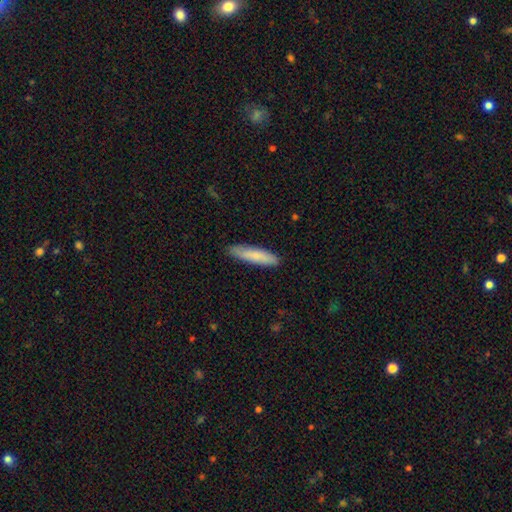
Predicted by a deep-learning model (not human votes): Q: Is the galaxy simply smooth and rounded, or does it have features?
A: smooth — 79%.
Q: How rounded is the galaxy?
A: cigar-shaped — 79%.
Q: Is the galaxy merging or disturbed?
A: none — 86%.